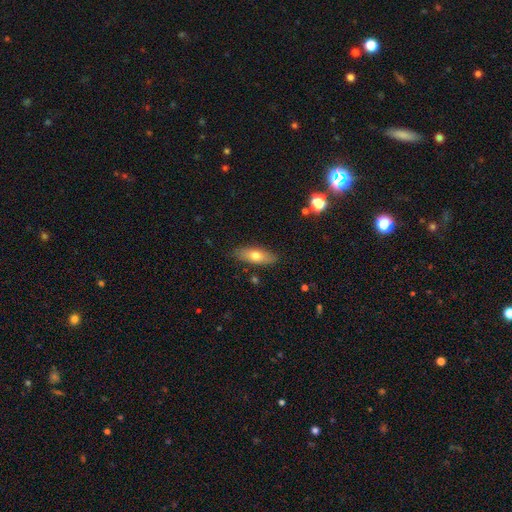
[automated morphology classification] Smooth or featured? smooth (69%)
How rounded? in between (66%)
Merging? none (85%)